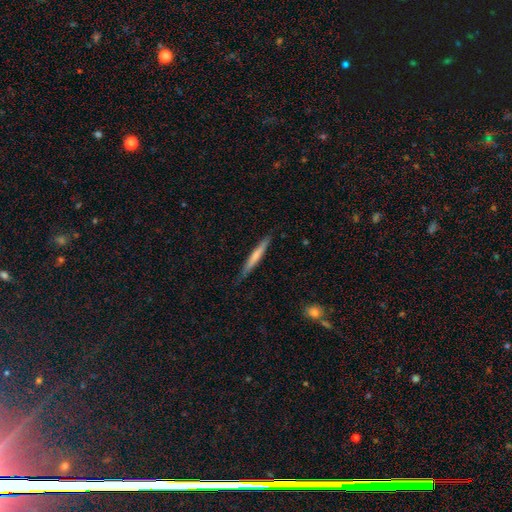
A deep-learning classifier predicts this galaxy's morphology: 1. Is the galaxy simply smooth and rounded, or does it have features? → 61% smooth, 33% featured or disk, 5% star or artifact.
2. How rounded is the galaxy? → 96% cigar-shaped, 3% in between, 1% round.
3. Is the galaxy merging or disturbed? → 86% none, 11% minor disturbance, 2% major disturbance, 1% merger.